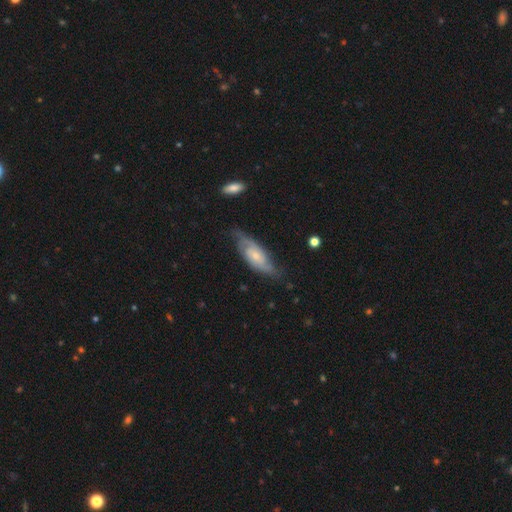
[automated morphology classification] smooth_or_featured: featured or disk (p=0.73) [alt: smooth p=0.22]
disk_edge_on: no (p=0.89) [alt: yes p=0.11]
bar: no (p=0.65) [alt: weak p=0.29]
has_spiral_arms: yes (p=0.92) [alt: no p=0.08]
spiral_winding: medium (p=0.42) [alt: tight p=0.38]
spiral_arm_count: 2 (p=0.71) [alt: can't tell p=0.17]
bulge_size: small (p=0.60) [alt: moderate p=0.33]
merging: none (p=0.67) [alt: minor disturbance p=0.23]